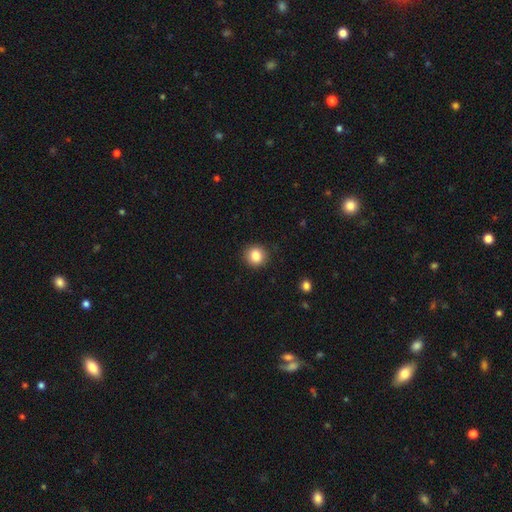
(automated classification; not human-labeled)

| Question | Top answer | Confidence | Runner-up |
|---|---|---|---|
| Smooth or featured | smooth | 85% | star or artifact (10%) |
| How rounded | round | 89% | in between (10%) |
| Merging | none | 90% | minor disturbance (7%) |